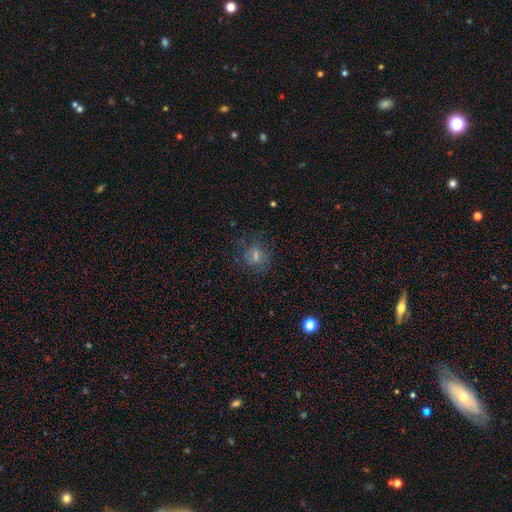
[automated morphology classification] smooth 48%, featured or disk 26%, star or artifact 26%. Down the decision tree: merging — none (74%).